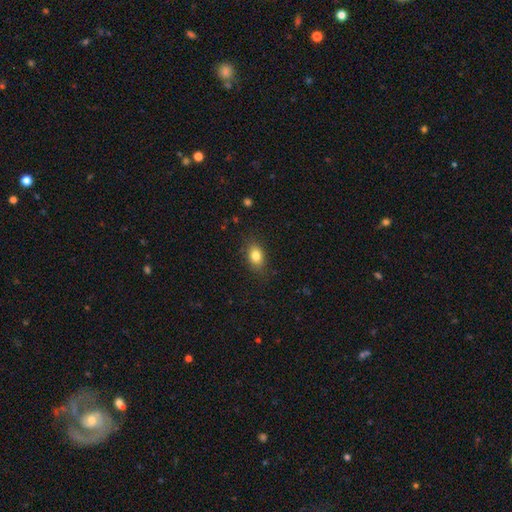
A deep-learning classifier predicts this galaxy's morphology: Smooth or featured? Predicted: smooth (p=0.82). How rounded? Predicted: in between (p=0.77). Merging? Predicted: none (p=0.82).